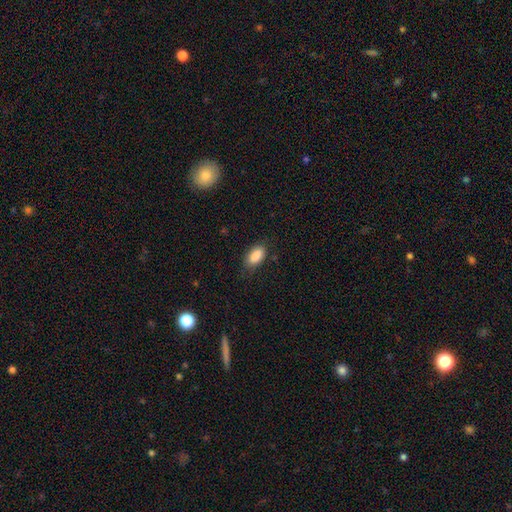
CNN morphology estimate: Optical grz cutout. It shows a smooth galaxy with no disk features (88%) that is in between round and cigar-shaped (92%). Merging: none (80%).